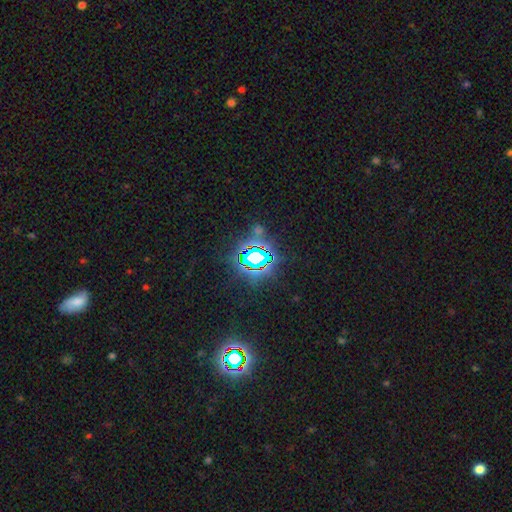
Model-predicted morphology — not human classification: This is likely a star or artifact rather than a galaxy (76%).